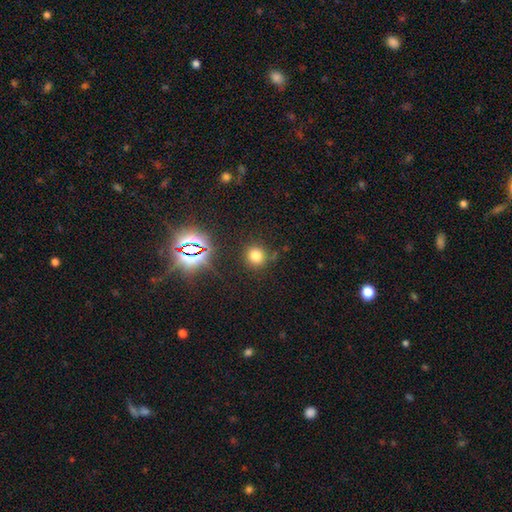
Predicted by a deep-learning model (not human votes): This is likely a smooth galaxy (72%). How rounded: clearly round (90%). Merging: clearly none (81%).